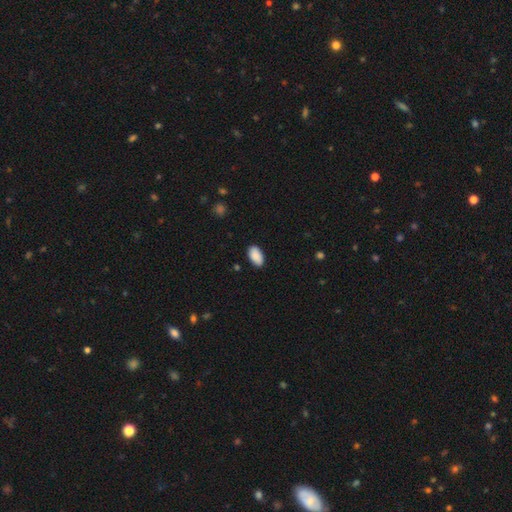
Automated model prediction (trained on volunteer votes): This appears to be a smooth galaxy with no disk features (90%) that is in between round and cigar-shaped (95%). Merging: none (86%).